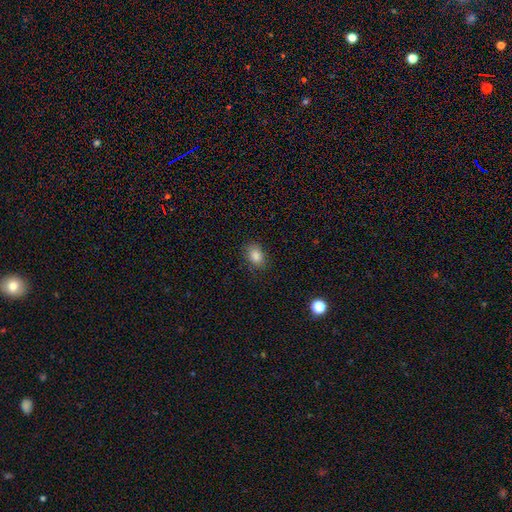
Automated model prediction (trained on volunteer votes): Overall: smooth (84%). How rounded: in between (69%; round 30%). Merging: none (84%).